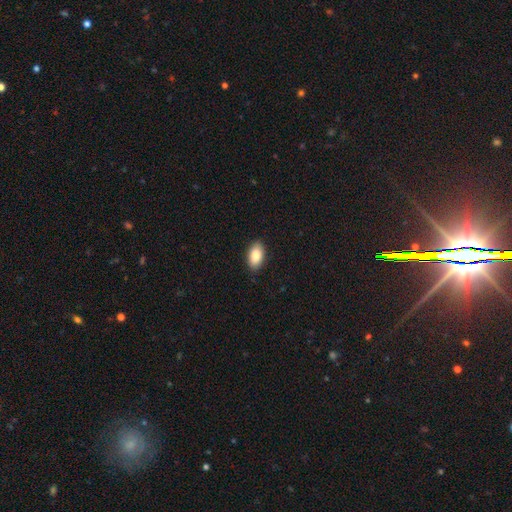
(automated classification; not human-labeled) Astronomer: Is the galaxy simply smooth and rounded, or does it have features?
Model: smooth — 87%.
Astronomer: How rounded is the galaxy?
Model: in between — 94%.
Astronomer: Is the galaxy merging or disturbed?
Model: none — 89%.